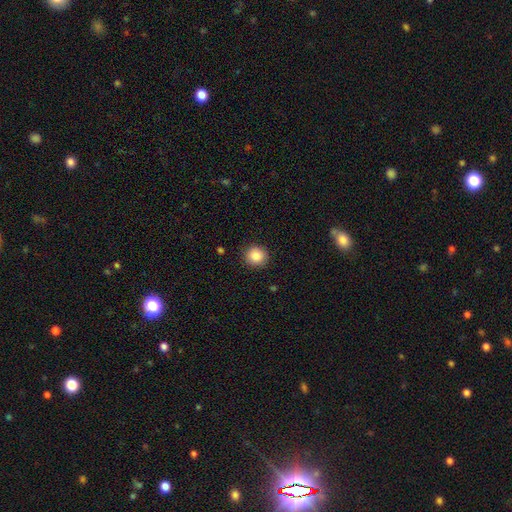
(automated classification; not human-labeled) Smooth or featured?
  - smooth: 87% *
  - star or artifact: 9%
  - featured or disk: 4%
How rounded?
  - round: 90% *
  - in between: 9%
  - cigar-shaped: 1%
Merging?
  - none: 90% *
  - minor disturbance: 7%
  - major disturbance: 2%
  - merger: 1%